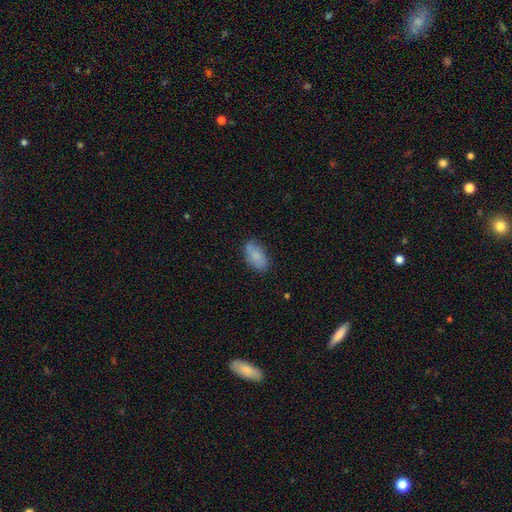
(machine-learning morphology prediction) Overall: smooth (80%). How rounded: in between (93%). Merging: none (68%).